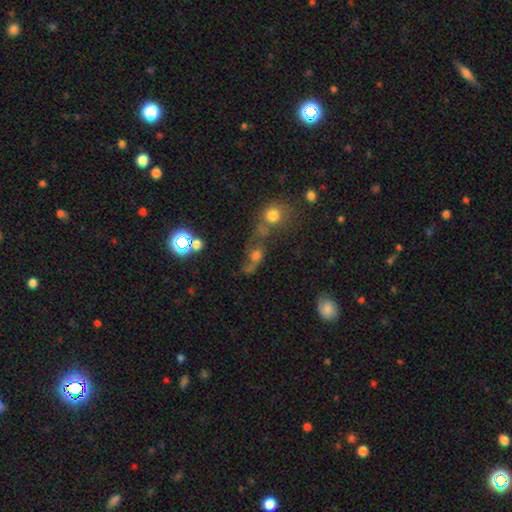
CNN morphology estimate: smooth_or_featured: smooth (p=0.41) [alt: featured or disk p=0.30]
merging: merger (p=0.41) [alt: none p=0.31]